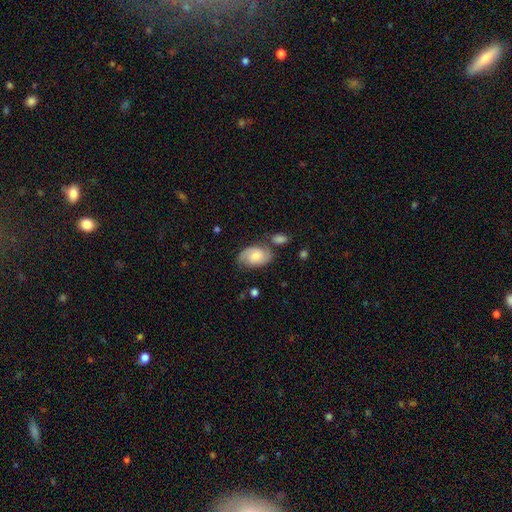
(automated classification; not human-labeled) Smooth or featured? Predicted: featured or disk (p=0.54). Edge-on disk? Predicted: no (p=0.96). Bar? Predicted: no (p=0.69). Spiral arms? Predicted: yes (p=0.89). Bulge size? Predicted: moderate (p=0.44). Merging? Predicted: none (p=0.59).